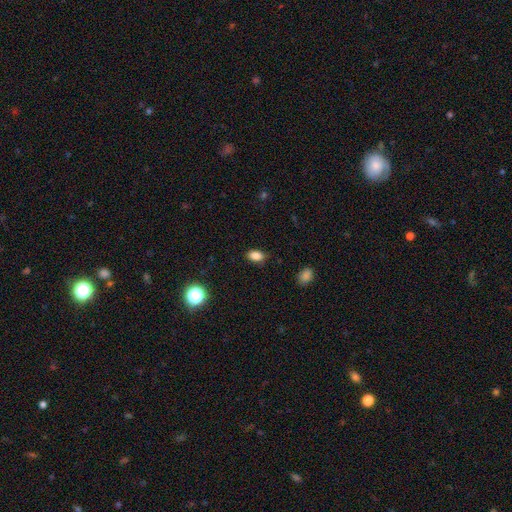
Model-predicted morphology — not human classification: A smooth galaxy with no disk features (84%) that is in between round and cigar-shaped (85%).

Vote fractions:
- Smooth or featured? smooth: 84% / star or artifact: 11% / featured or disk: 5%
- How rounded? in between: 85% / round: 13% / cigar-shaped: 2%
- Merging? none: 83% / minor disturbance: 13% / major disturbance: 3% / merger: 1%